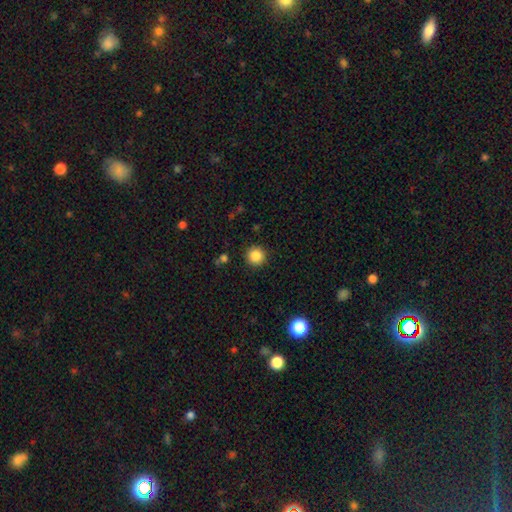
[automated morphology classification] This appears to be a smooth galaxy with no disk features (86%) that is round (95%). Merging: none (91%).